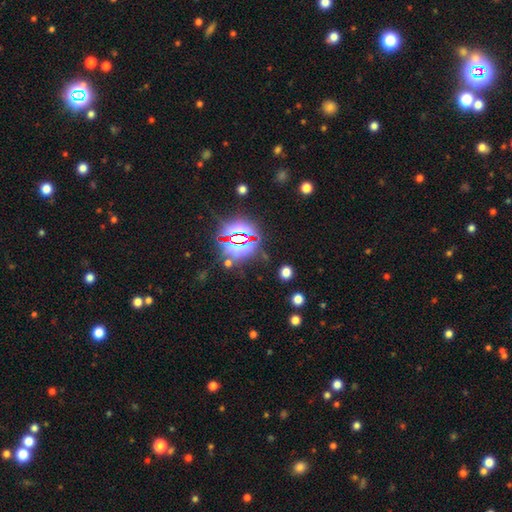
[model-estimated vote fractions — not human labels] star or artifact 84%, smooth 9%, featured or disk 6%.